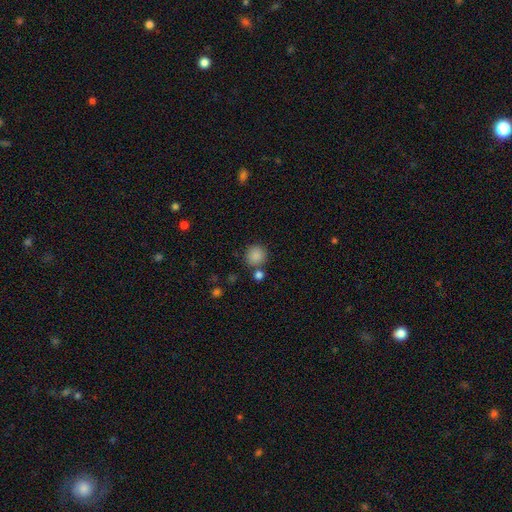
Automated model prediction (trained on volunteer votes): This appears to be a smooth galaxy with no disk features (86%) that is round (91%). Merging: none (76%).